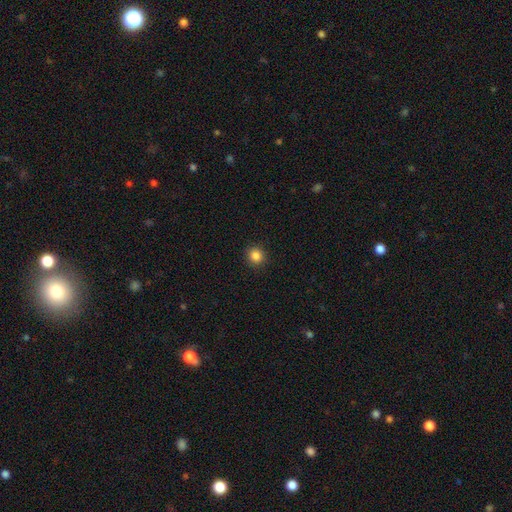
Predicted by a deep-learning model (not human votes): Morphology: type=smooth (85%); roundness=round (92%); merging=none (92%).